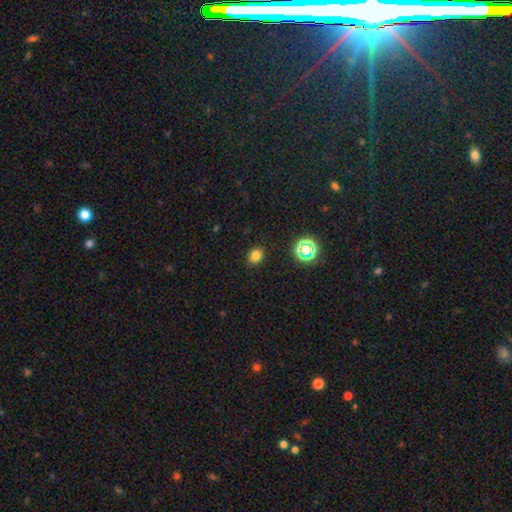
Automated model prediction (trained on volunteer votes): smooth_or_featured: smooth (p=0.77) [alt: star or artifact p=0.18]
how_rounded: in between (p=0.53) [alt: round p=0.46]
merging: none (p=0.88) [alt: minor disturbance p=0.08]